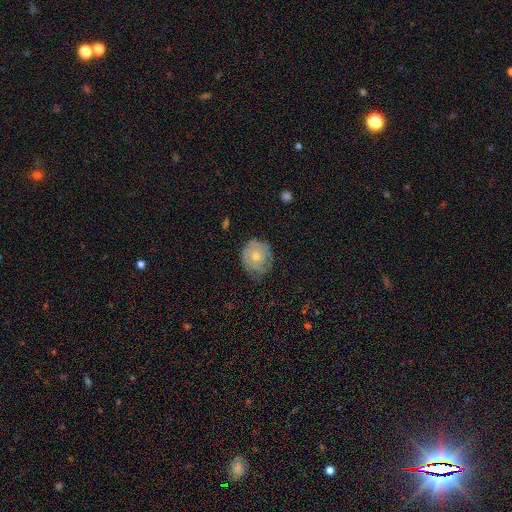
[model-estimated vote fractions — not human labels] A smooth galaxy with no disk features (48%).

Vote fractions:
- Smooth or featured? smooth: 48% / featured or disk: 45% / star or artifact: 7%
- Merging? none: 61% / minor disturbance: 29% / major disturbance: 9% / merger: 1%